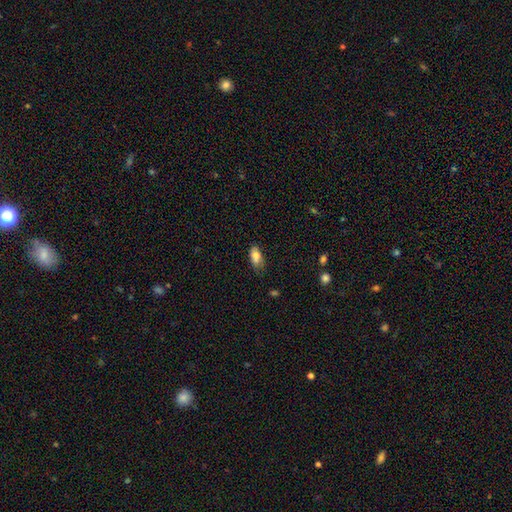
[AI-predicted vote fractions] Q: Smooth or featured?
A: smooth (77%); runner-up: featured or disk (15%)
Q: How rounded?
A: in between (87%); runner-up: cigar-shaped (8%)
Q: Merging?
A: none (54%); runner-up: minor disturbance (32%)